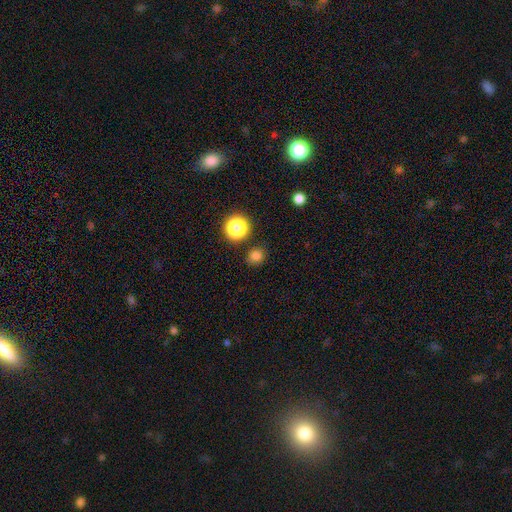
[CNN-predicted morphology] type=smooth (77%); roundness=round (82%); merging=none (86%).